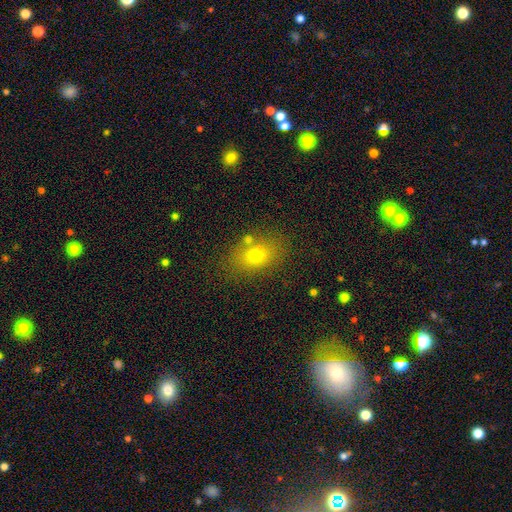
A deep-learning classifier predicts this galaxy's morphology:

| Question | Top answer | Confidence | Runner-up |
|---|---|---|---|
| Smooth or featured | smooth | 70% | featured or disk (15%) |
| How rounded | in between | 72% | round (26%) |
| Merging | none | 73% | minor disturbance (13%) |